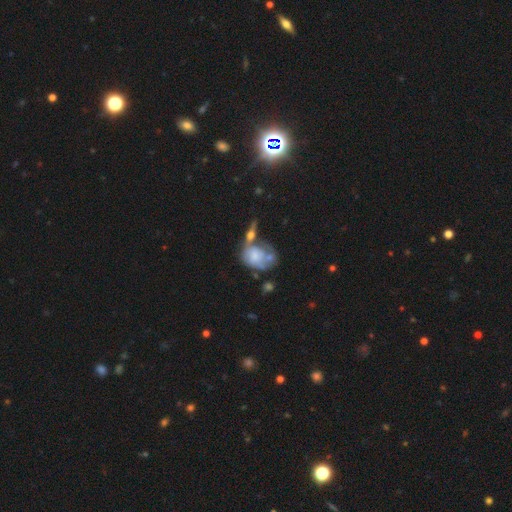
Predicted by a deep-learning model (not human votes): smooth 48%, featured or disk 44%, star or artifact 8%. Down the decision tree: merging — merger (38%).